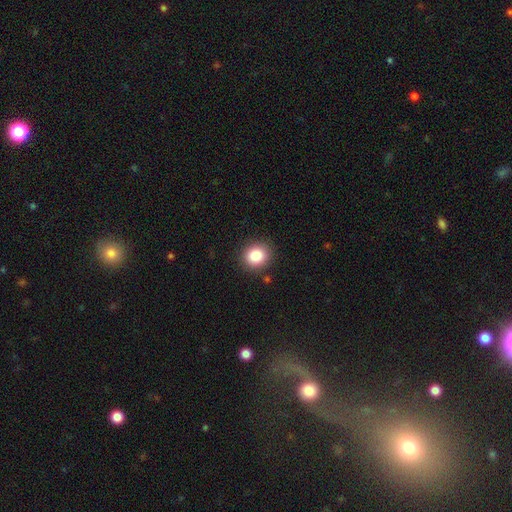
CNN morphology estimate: A smooth galaxy with no disk features (83%) that is round (79%).

Vote fractions:
- Smooth or featured? smooth: 83% / star or artifact: 10% / featured or disk: 6%
- How rounded? round: 79% / in between: 20% / cigar-shaped: 1%
- Merging? none: 89% / minor disturbance: 7% / major disturbance: 2% / merger: 2%